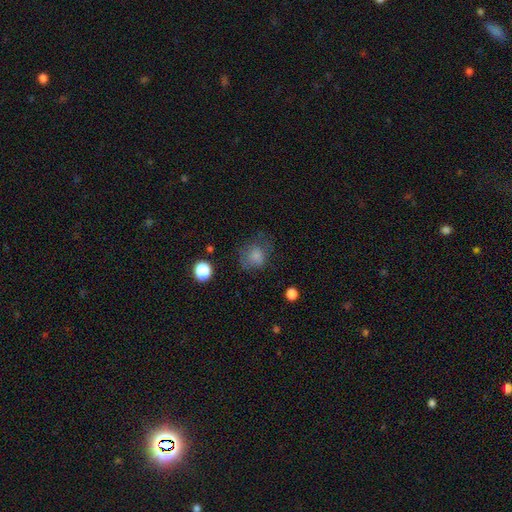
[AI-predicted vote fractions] Smooth or featured? smooth (75%)
How rounded? round (70%)
Merging? none (54%)